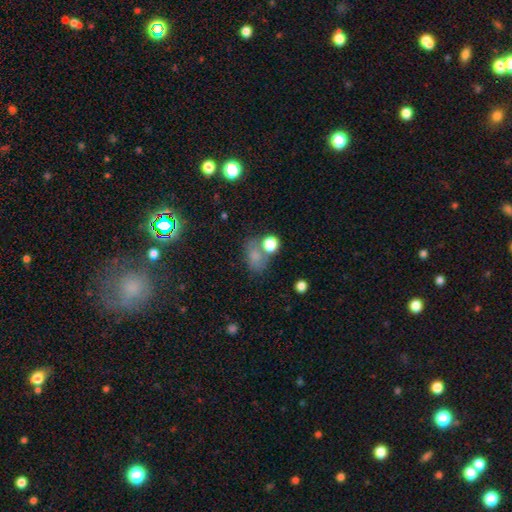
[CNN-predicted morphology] This is likely a smooth galaxy (69%). How rounded: likely in between (67%). Merging: possibly none (47%).